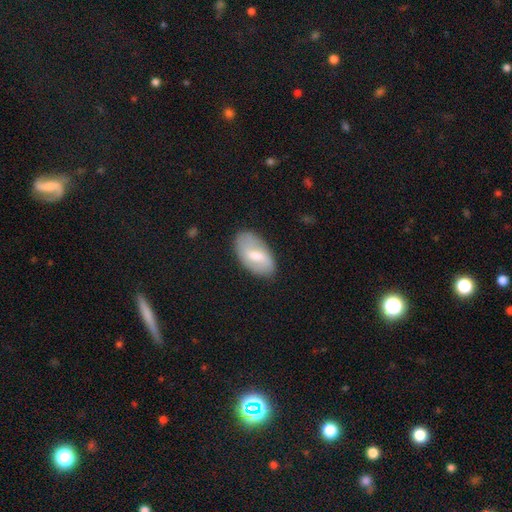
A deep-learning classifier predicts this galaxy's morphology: Smooth or featured? Predicted: smooth (p=0.58). How rounded? Predicted: in between (p=0.94). Merging? Predicted: none (p=0.78).